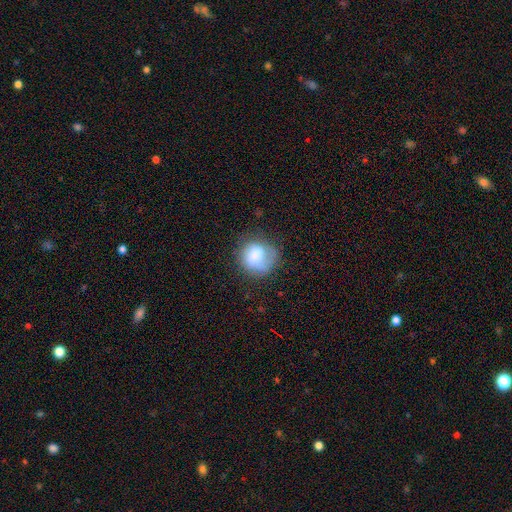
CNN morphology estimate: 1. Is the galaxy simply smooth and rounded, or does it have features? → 67% smooth, 24% featured or disk, 8% star or artifact.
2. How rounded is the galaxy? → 80% round, 19% in between, 1% cigar-shaped.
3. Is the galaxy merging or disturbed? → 51% none, 25% minor disturbance, 21% major disturbance, 3% merger.